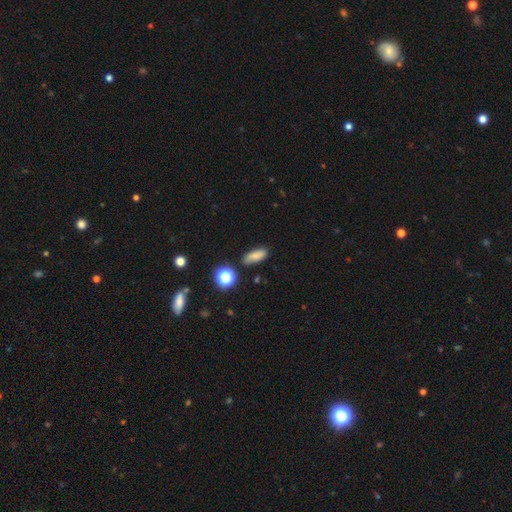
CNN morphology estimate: Smooth or featured: smooth — 80% (star or artifact — 12%)
How rounded: in between — 68% (cigar-shaped — 24%)
Merging: none — 80% (minor disturbance — 13%)